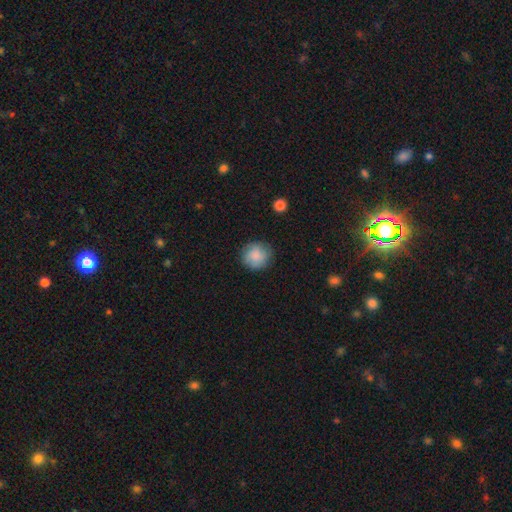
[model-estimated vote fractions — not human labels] A smooth galaxy with no disk features (83%) that is round (90%). Merging: none (81%).